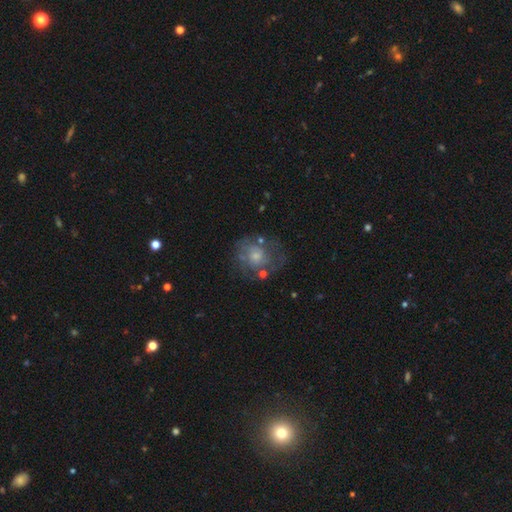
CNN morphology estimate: Overall: featured or disk (55%; smooth 35%). Edge-on disk: no (97%). Bar: no (82%). Spiral arms: yes (54%; no 46%). Bulge size: small (43%; moderate 39%). Merging: none (57%; minor disturbance 20%).